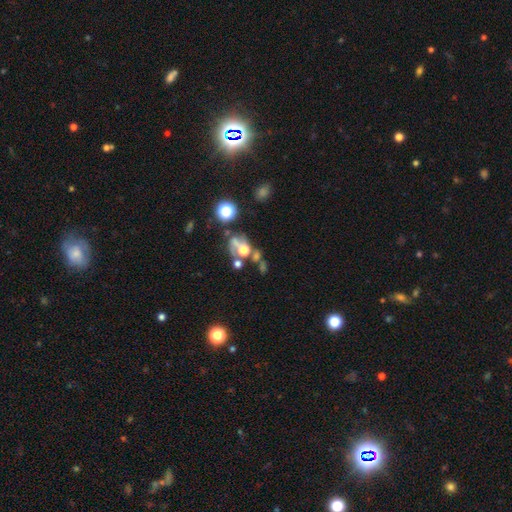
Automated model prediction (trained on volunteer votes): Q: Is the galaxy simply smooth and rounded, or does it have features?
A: featured or disk — 34%, tied with star or artifact.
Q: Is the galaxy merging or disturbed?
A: none — 40%.